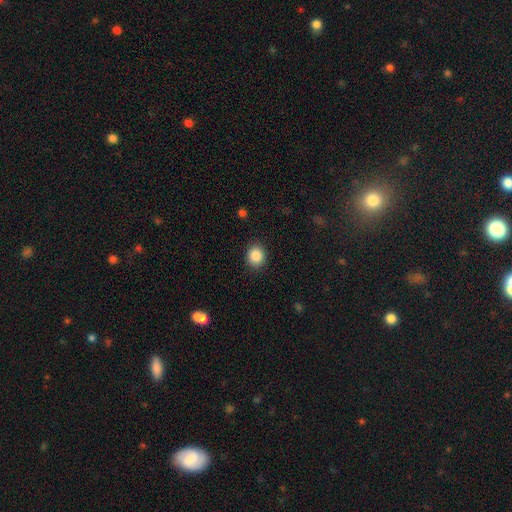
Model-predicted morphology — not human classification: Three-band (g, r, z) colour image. It shows a smooth galaxy with no disk features (87%) that is round (75%). Merging: none (89%).